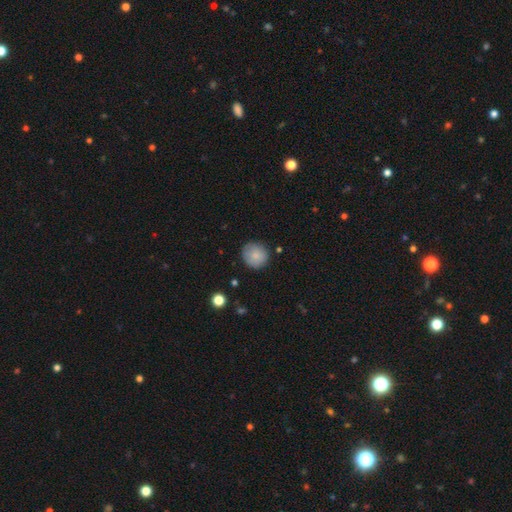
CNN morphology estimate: Q: Smooth or featured?
A: smooth (84%); runner-up: featured or disk (8%)
Q: How rounded?
A: round (93%); runner-up: in between (6%)
Q: Merging?
A: none (86%); runner-up: minor disturbance (10%)